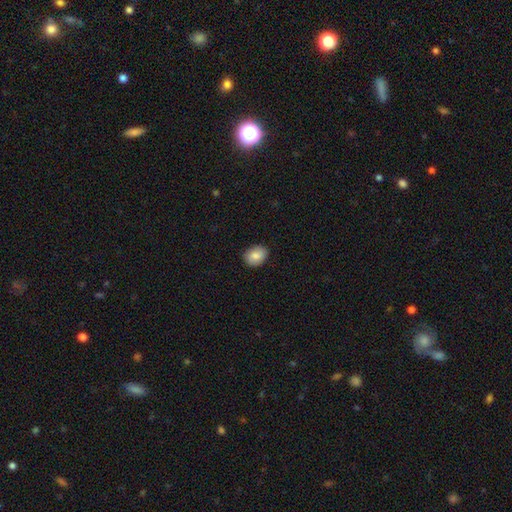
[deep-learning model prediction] Morphology: type=smooth (84%); roundness=in between (57%); merging=none (88%).